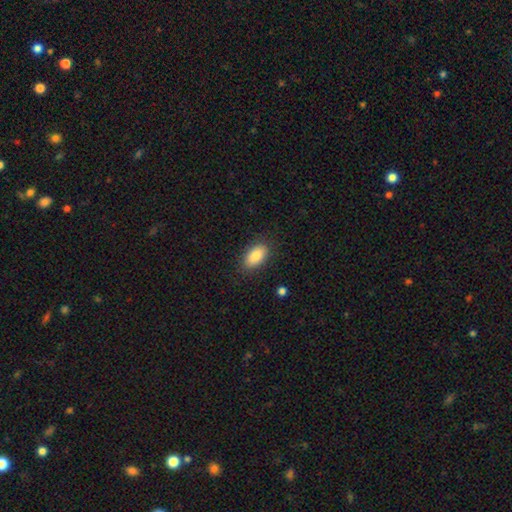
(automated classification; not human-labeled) Smooth or featured?
  - smooth: 85% *
  - featured or disk: 8%
  - star or artifact: 7%
How rounded?
  - in between: 92% *
  - round: 5%
  - cigar-shaped: 3%
Merging?
  - none: 86% *
  - minor disturbance: 10%
  - major disturbance: 3%
  - merger: 1%